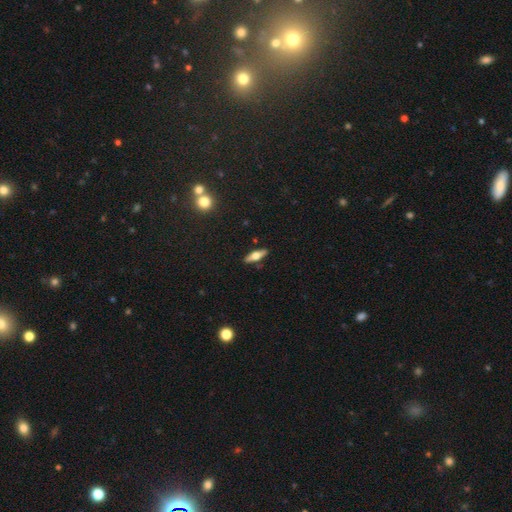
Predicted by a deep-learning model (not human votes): Smooth or featured?
  - featured or disk: 51% *
  - smooth: 42%
  - star or artifact: 7%
Edge-on disk?
  - yes: 91% *
  - no: 9%
Merging?
  - none: 88% *
  - minor disturbance: 8%
  - major disturbance: 2%
  - merger: 2%